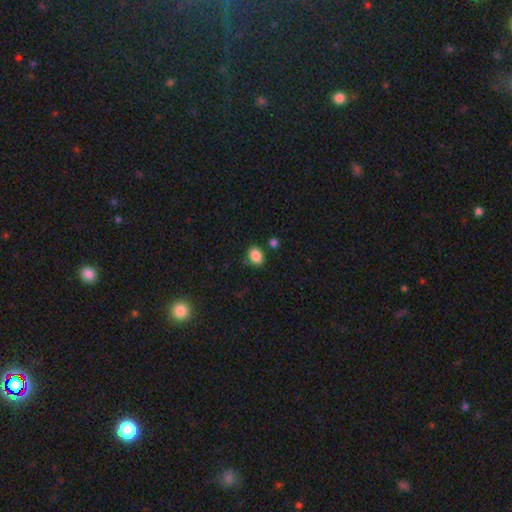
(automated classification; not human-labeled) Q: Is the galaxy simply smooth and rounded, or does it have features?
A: smooth — 87%.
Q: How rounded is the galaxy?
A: in between — 61%.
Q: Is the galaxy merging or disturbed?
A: none — 78%.